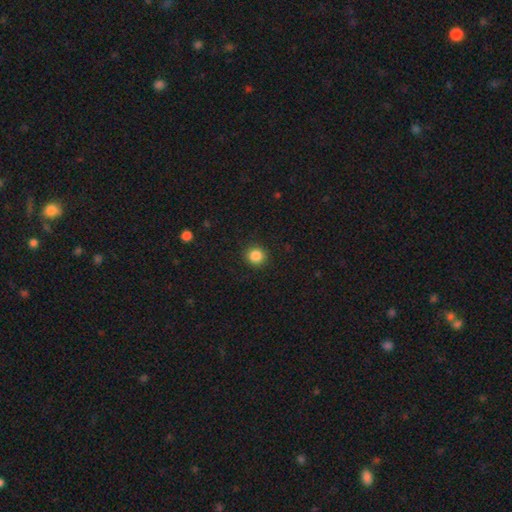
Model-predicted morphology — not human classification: smooth 86%, star or artifact 10%, featured or disk 3%. Down the decision tree: how rounded — round (92%); merging — none (91%).